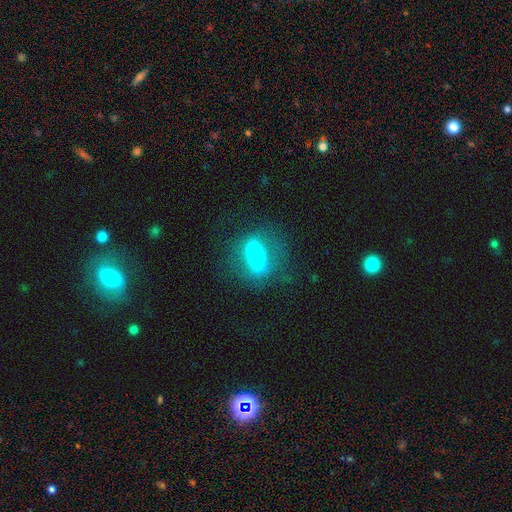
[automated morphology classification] smooth_or_featured: featured or disk (p=0.54) [alt: smooth p=0.36]
disk_edge_on: no (p=0.74) [alt: yes p=0.26]
merging: none (p=0.62) [alt: minor disturbance p=0.19]